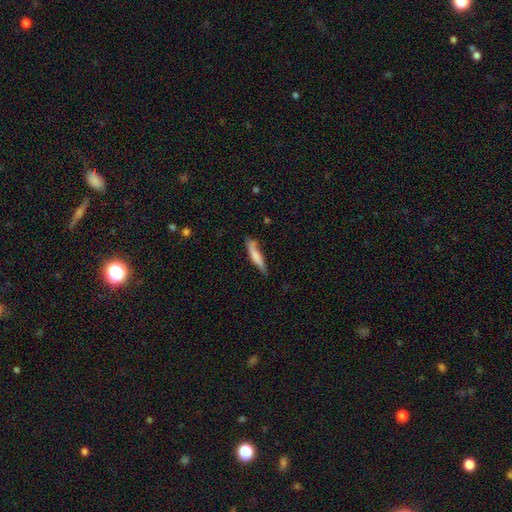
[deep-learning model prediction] A smooth galaxy with no disk features (71%) that is cigar-shaped (87%). Merging: none (69%).